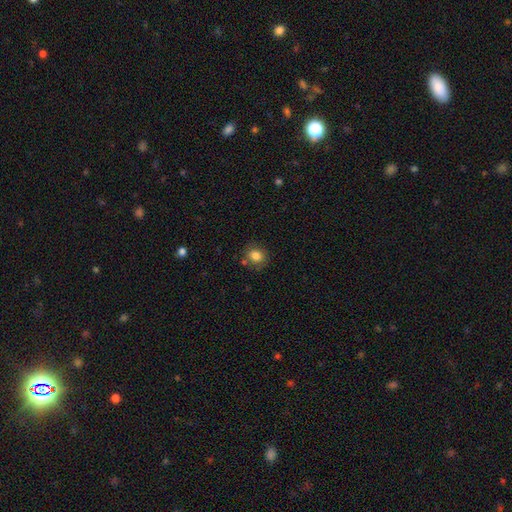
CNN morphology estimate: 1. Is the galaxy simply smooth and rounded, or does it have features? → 83% smooth, 10% star or artifact, 7% featured or disk.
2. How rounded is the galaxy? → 70% round, 29% in between, 1% cigar-shaped.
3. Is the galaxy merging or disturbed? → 76% none, 14% minor disturbance, 6% merger, 4% major disturbance.